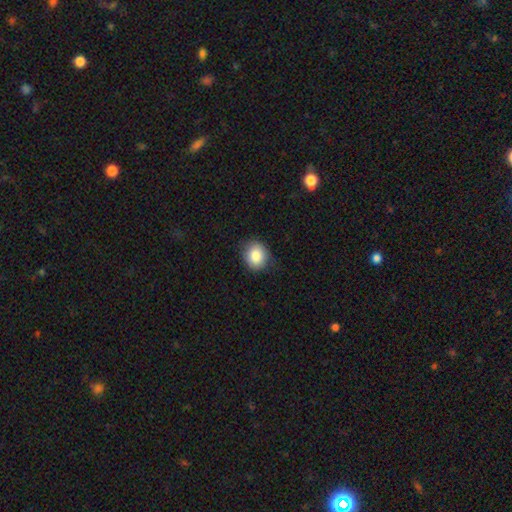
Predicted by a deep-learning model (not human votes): Smooth or featured?
  - smooth: 85% *
  - star or artifact: 8%
  - featured or disk: 7%
How rounded?
  - round: 71% *
  - in between: 29%
  - cigar-shaped: 1%
Merging?
  - none: 84% *
  - minor disturbance: 13%
  - major disturbance: 3%
  - merger: 1%